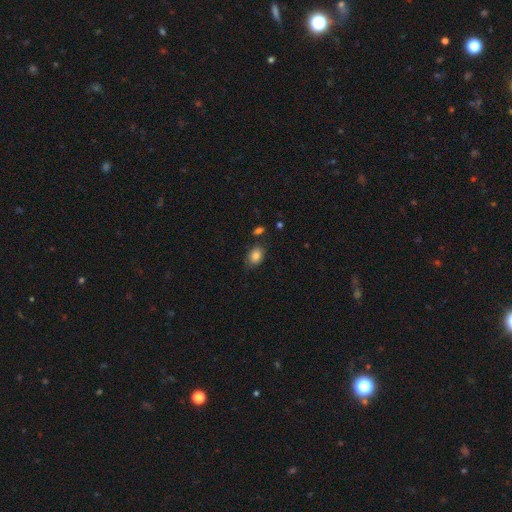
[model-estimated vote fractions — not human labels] A smooth galaxy with no disk features (82%) that is in between round and cigar-shaped (73%). Merging: none (73%).